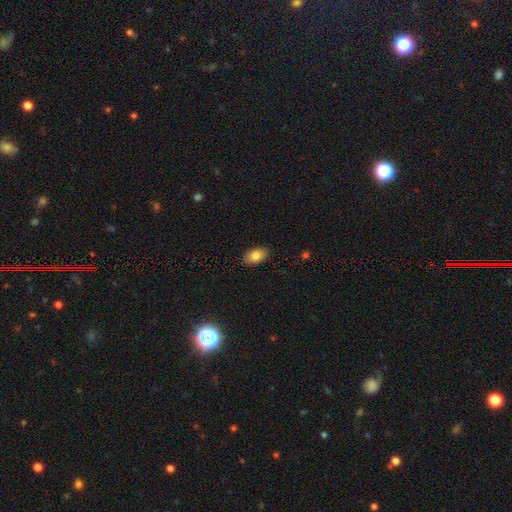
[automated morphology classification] Smooth or featured?
  - smooth: 81% *
  - featured or disk: 12%
  - star or artifact: 8%
How rounded?
  - in between: 91% *
  - round: 8%
  - cigar-shaped: 2%
Merging?
  - none: 87% *
  - minor disturbance: 10%
  - major disturbance: 2%
  - merger: 1%